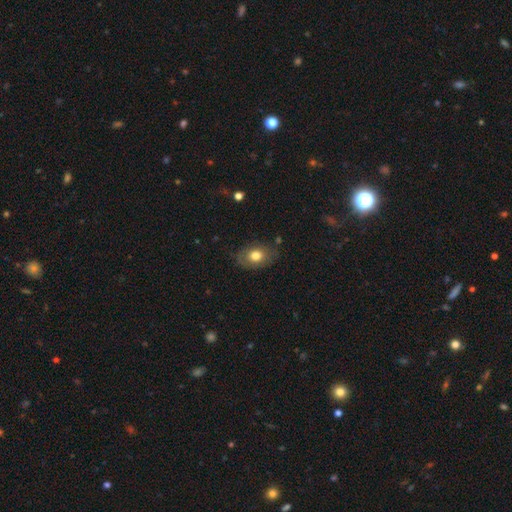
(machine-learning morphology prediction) Smooth or featured? smooth (74%)
How rounded? in between (76%)
Merging? none (77%)